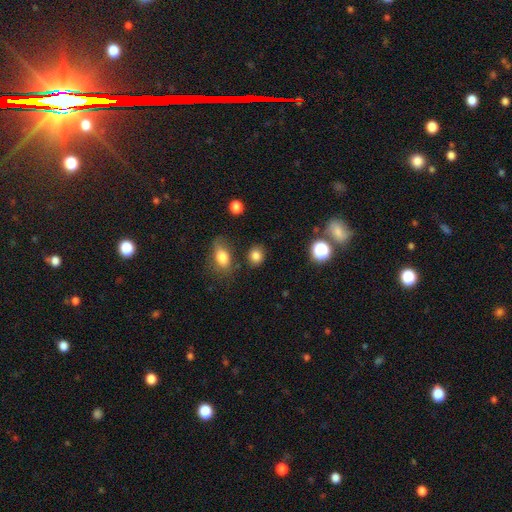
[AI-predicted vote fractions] smooth 82%, star or artifact 12%, featured or disk 5%. Down the decision tree: how rounded — round (65%); merging — none (80%).